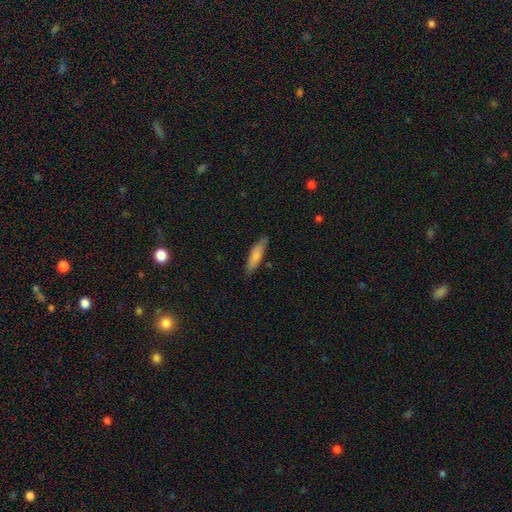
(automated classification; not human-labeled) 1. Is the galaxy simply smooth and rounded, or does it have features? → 77% smooth, 17% featured or disk, 6% star or artifact.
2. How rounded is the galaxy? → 64% cigar-shaped, 35% in between, 2% round.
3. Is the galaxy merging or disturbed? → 80% none, 16% minor disturbance, 3% major disturbance, 2% merger.